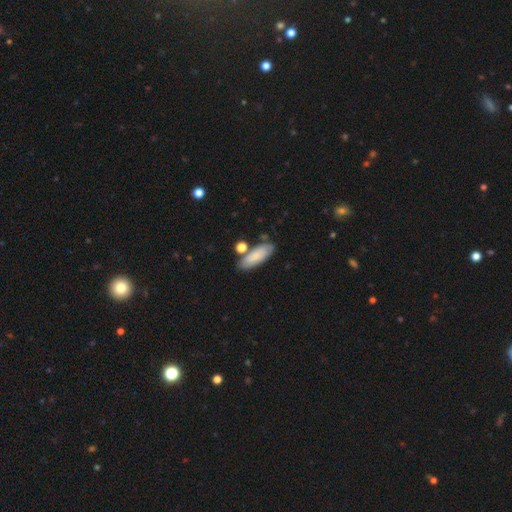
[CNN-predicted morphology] smooth-or-featured: smooth: 81% | featured or disk: 13% | star or artifact: 6%
  how-rounded: in between: 72% | cigar-shaped: 26% | round: 2%
  merging: none: 69% | minor disturbance: 15% | merger: 12% | major disturbance: 4%